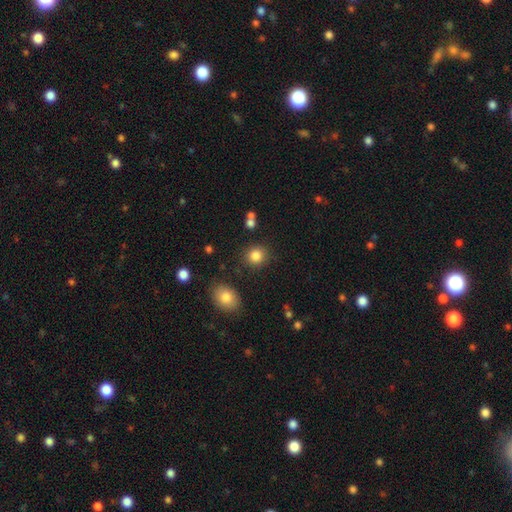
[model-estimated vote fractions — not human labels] This appears to be a smooth galaxy with no disk features (85%) that is round (83%). Merging: none (85%).